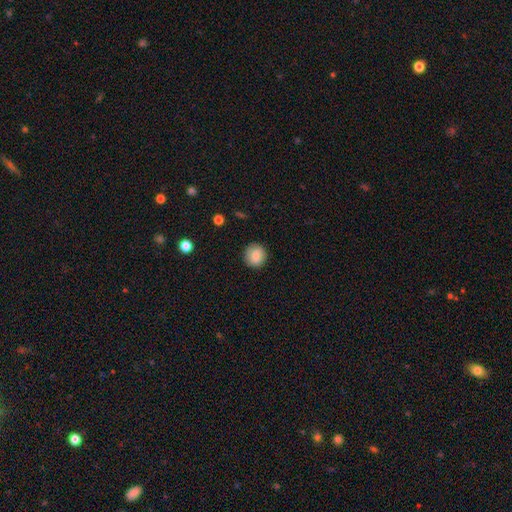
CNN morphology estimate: smooth_or_featured: smooth (p=0.85) [alt: star or artifact p=0.08]
how_rounded: round (p=0.88) [alt: in between p=0.11]
merging: none (p=0.86) [alt: minor disturbance p=0.10]